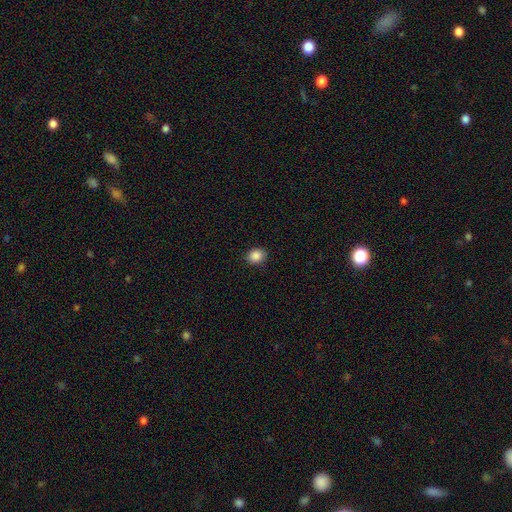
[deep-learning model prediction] The model was most divided on "how rounded": round: 67%, in between: 32%, cigar-shaped: 1%. More confident: merging — none (88%); smooth or featured — smooth (88%).